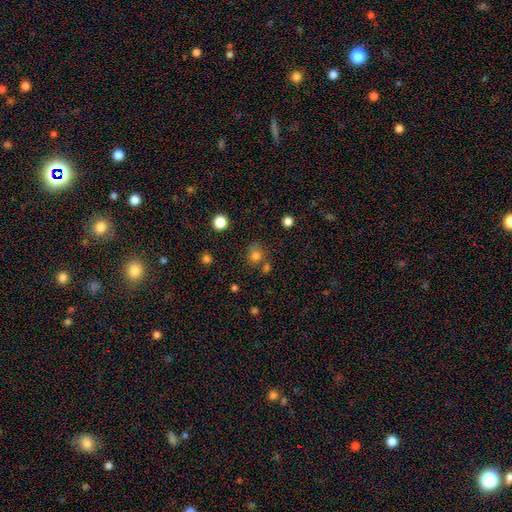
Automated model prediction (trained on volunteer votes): Q: Smooth or featured?
A: smooth (77%); runner-up: star or artifact (17%)
Q: How rounded?
A: round (77%); runner-up: in between (22%)
Q: Merging?
A: none (66%); runner-up: merger (17%)